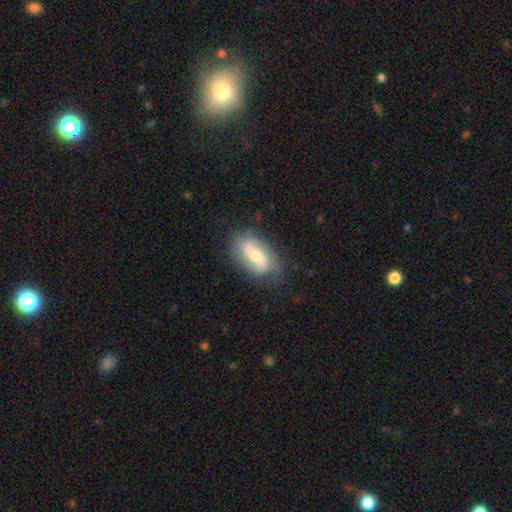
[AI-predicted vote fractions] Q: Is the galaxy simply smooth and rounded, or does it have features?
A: featured or disk — 73%.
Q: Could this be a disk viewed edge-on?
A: no — 95%.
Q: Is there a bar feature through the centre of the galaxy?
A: weak — 43%.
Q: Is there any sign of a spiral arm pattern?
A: yes — 90%.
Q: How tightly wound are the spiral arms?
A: medium — 39%.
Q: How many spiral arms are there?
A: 2 — 84%.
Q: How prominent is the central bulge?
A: moderate — 60%.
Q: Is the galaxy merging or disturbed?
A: none — 79%.